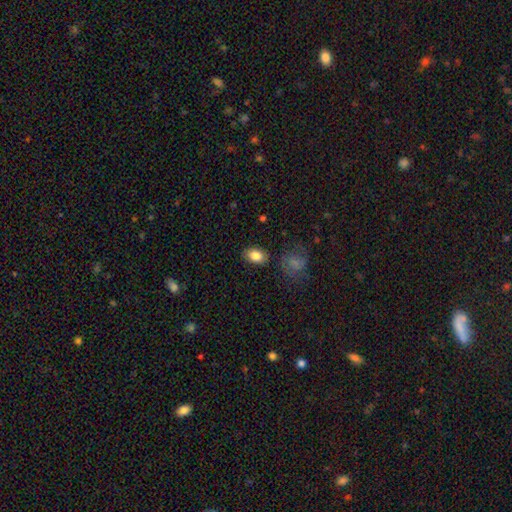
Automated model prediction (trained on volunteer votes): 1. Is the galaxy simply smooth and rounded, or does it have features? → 84% smooth, 8% star or artifact, 8% featured or disk.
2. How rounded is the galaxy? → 84% in between, 15% round, 1% cigar-shaped.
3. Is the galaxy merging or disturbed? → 83% none, 11% minor disturbance, 3% major disturbance, 2% merger.